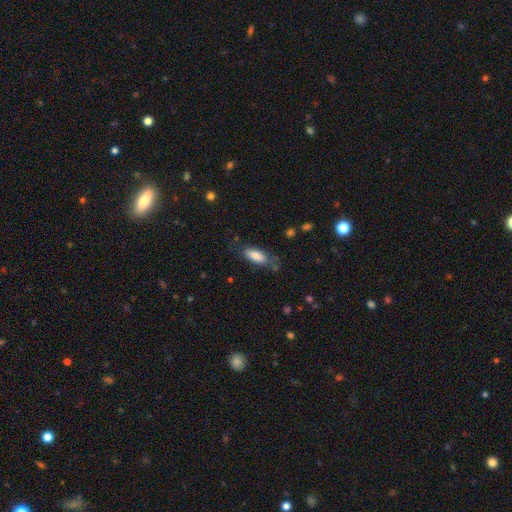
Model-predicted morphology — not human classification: The model was most divided on "merging": none: 68%, minor disturbance: 22%, major disturbance: 7%, merger: 3%. More confident: smooth or featured — smooth (82%); how rounded — in between (74%).